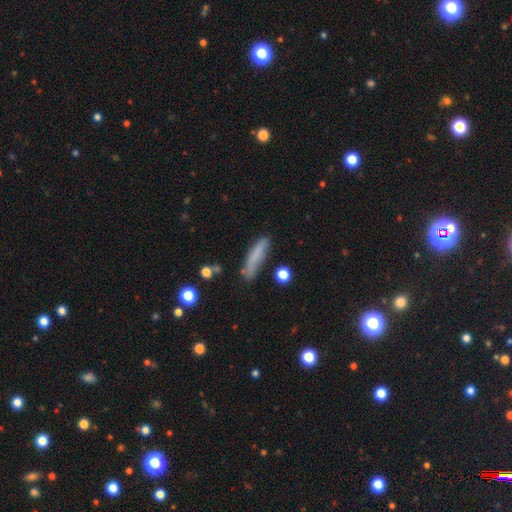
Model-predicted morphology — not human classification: A smooth galaxy with no disk features (74%) that is cigar-shaped (82%).

Vote fractions:
- Smooth or featured? smooth: 74% / featured or disk: 17% / star or artifact: 9%
- How rounded? cigar-shaped: 82% / in between: 16% / round: 2%
- Merging? none: 69% / minor disturbance: 21% / major disturbance: 6% / merger: 4%